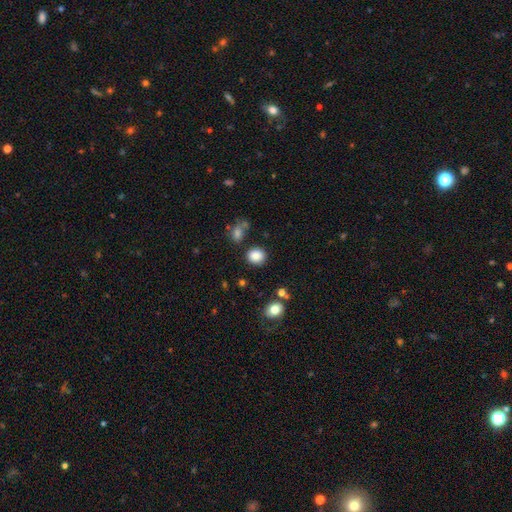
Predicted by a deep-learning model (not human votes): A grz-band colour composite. It shows a smooth galaxy with no disk features (86%) that is round (75%). Merging: none (82%).